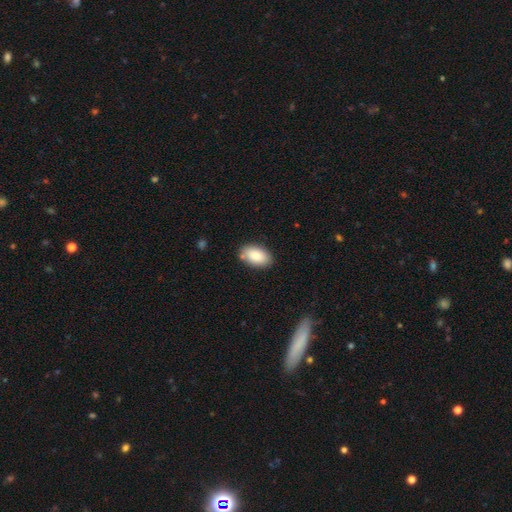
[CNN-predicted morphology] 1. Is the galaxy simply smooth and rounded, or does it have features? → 87% smooth, 6% featured or disk, 6% star or artifact.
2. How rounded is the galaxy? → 94% in between, 4% round, 2% cigar-shaped.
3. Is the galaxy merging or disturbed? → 83% none, 12% minor disturbance, 3% merger, 3% major disturbance.